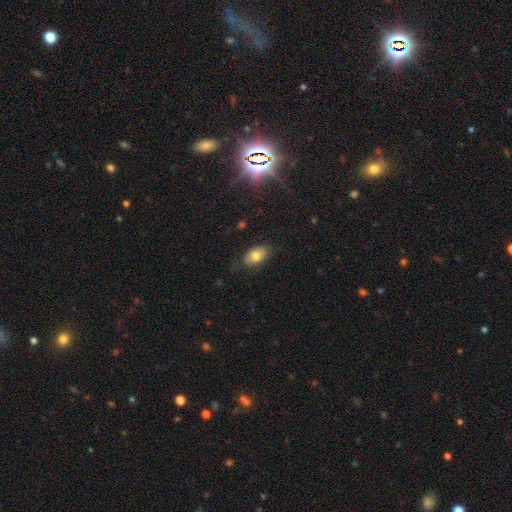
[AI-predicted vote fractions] smooth-or-featured: smooth: 73% | featured or disk: 18% | star or artifact: 8%
  how-rounded: in between: 91% | round: 7% | cigar-shaped: 2%
  merging: none: 79% | minor disturbance: 16% | major disturbance: 4% | merger: 1%